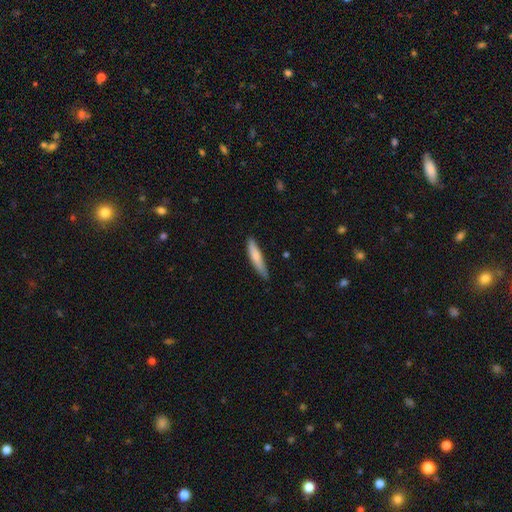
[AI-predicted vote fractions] This is likely a smooth galaxy (76%). How rounded: clearly cigar-shaped (87%). Merging: likely none (76%).